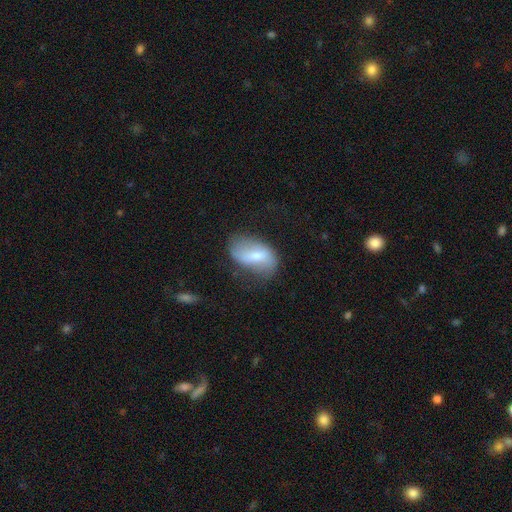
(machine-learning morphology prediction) Smooth or featured?
  - smooth: 49% *
  - featured or disk: 44%
  - star or artifact: 7%
Merging?
  - none: 52% *
  - minor disturbance: 30%
  - major disturbance: 16%
  - merger: 2%